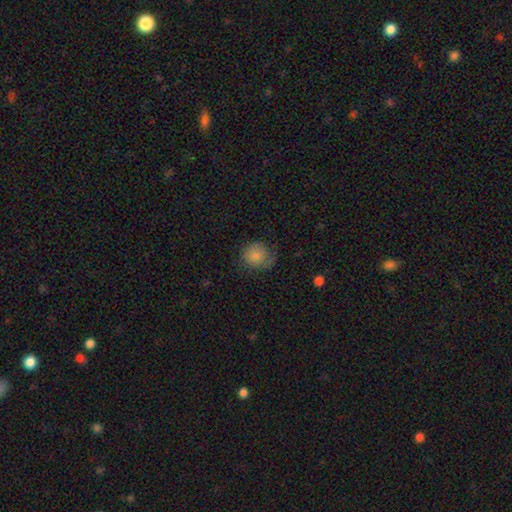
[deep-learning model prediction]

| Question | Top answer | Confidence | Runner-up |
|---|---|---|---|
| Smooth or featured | smooth | 81% | featured or disk (11%) |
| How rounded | round | 84% | in between (15%) |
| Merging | none | 59% | minor disturbance (28%) |